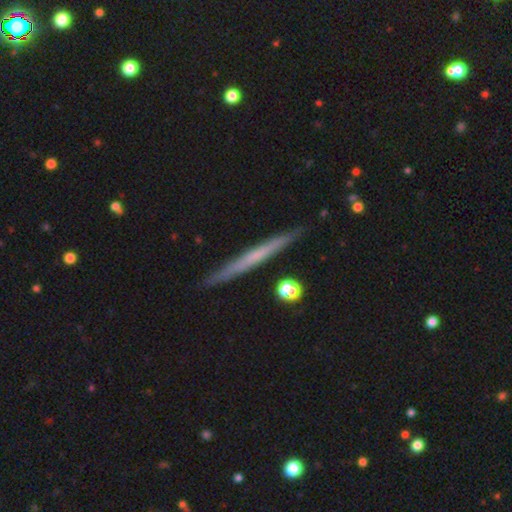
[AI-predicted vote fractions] Smooth or featured: featured or disk — 52% (smooth — 43%)
Edge-on disk: yes — 96% (no — 4%)
Merging: none — 90% (minor disturbance — 7%)